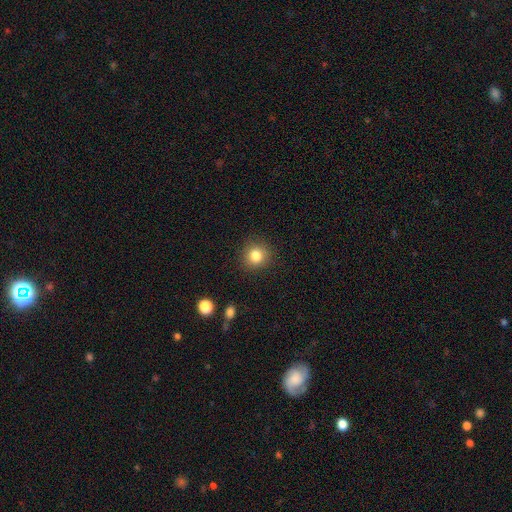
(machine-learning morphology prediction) smooth_or_featured: smooth (p=0.83) [alt: star or artifact p=0.11]
how_rounded: round (p=0.88) [alt: in between p=0.11]
merging: none (p=0.88) [alt: minor disturbance p=0.08]